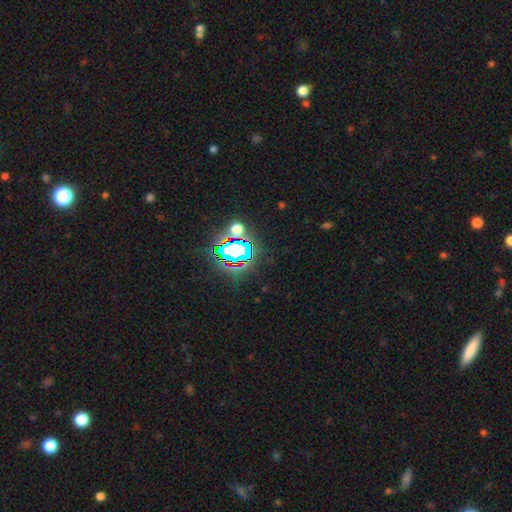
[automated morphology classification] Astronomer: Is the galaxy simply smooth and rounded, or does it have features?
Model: star or artifact — 82%.